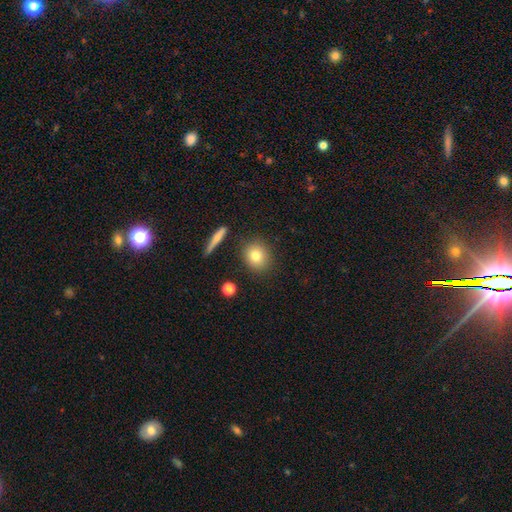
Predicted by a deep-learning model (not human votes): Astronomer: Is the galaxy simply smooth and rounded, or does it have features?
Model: smooth — 80%.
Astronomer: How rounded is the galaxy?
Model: round — 74%.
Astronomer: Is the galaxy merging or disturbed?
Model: none — 86%.